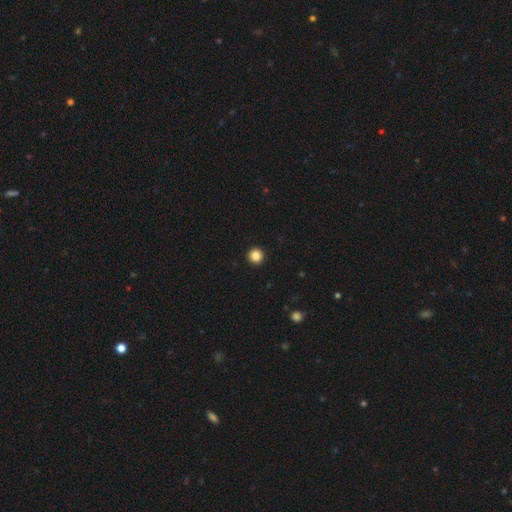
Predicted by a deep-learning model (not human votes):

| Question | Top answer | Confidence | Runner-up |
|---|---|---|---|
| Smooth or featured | smooth | 85% | star or artifact (11%) |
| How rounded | round | 96% | in between (3%) |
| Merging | none | 94% | minor disturbance (3%) |